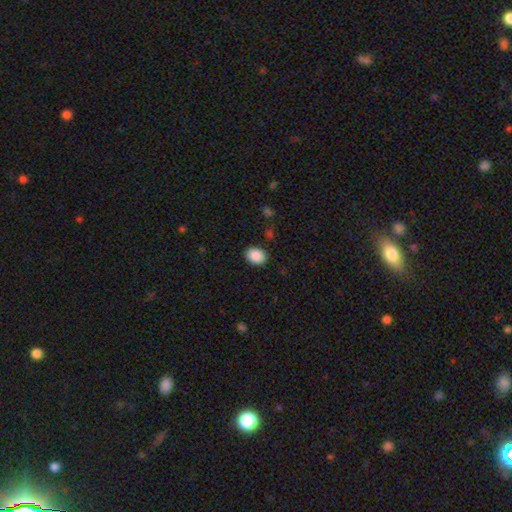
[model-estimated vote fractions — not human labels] A smooth galaxy with no disk features (90%) that is in between round and cigar-shaped (63%). Merging: none (88%).